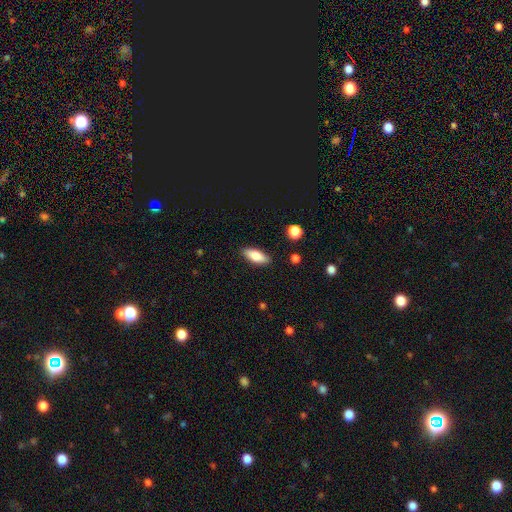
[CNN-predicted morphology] The model was most divided on "how rounded": in between: 76%, cigar-shaped: 21%, round: 2%. More confident: merging — none (87%); smooth or featured — smooth (81%).